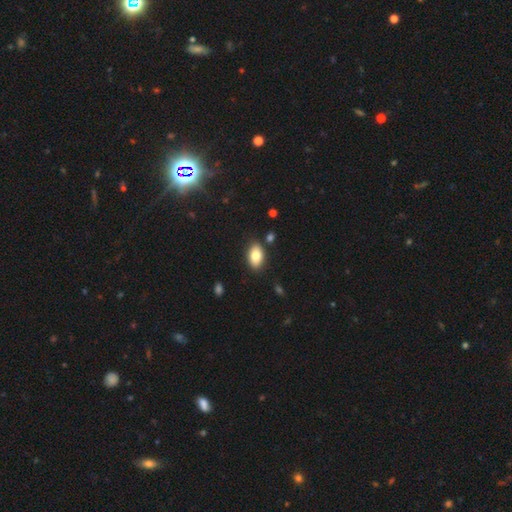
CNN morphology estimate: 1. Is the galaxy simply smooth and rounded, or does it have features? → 82% smooth, 11% featured or disk, 7% star or artifact.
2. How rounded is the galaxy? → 91% in between, 7% round, 2% cigar-shaped.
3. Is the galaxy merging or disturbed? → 86% none, 9% minor disturbance, 3% merger, 2% major disturbance.